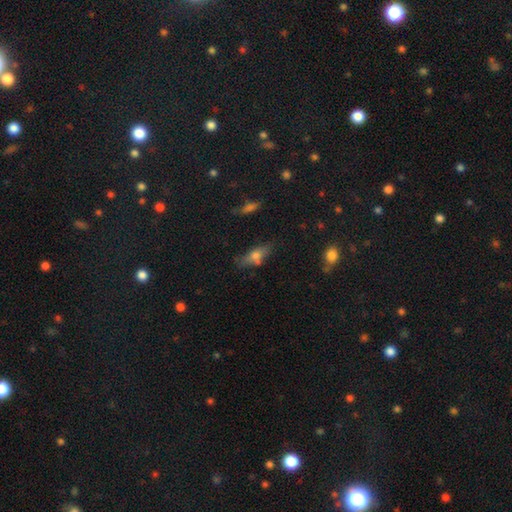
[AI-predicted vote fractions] Smooth or featured?
  - smooth: 60% *
  - featured or disk: 31%
  - star or artifact: 9%
How rounded?
  - in between: 64% *
  - cigar-shaped: 32%
  - round: 4%
Merging?
  - none: 55% *
  - minor disturbance: 24%
  - merger: 12%
  - major disturbance: 9%